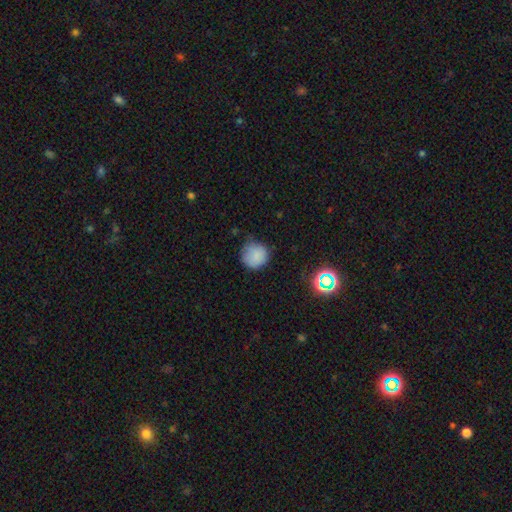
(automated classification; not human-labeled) Morphology: type=smooth (82%); roundness=round (91%); merging=none (67%).